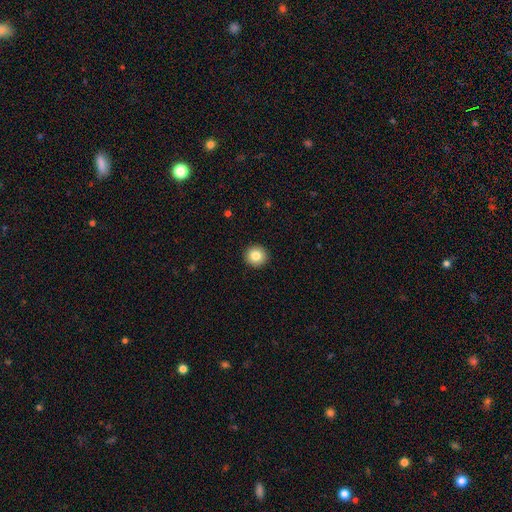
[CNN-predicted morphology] Smooth or featured?
  - smooth: 83% *
  - star or artifact: 9%
  - featured or disk: 7%
How rounded?
  - round: 95% *
  - in between: 4%
  - cigar-shaped: 1%
Merging?
  - none: 93% *
  - minor disturbance: 4%
  - major disturbance: 1%
  - merger: 1%